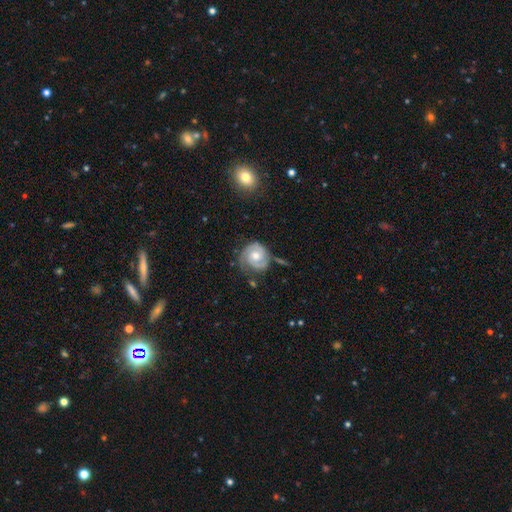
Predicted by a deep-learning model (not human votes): featured or disk 78%, smooth 16%, star or artifact 6%. Down the decision tree: edge-on disk — no (98%); bar — no (71%); spiral arms — yes (94%); spiral arm count — 2 (72%); spiral winding — tight (63%); bulge size — moderate (70%); merging — none (65%).